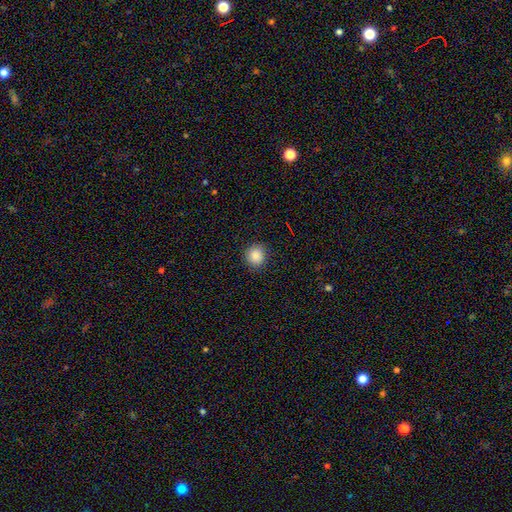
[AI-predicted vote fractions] Morphology: type=smooth (87%); roundness=round (89%); merging=none (89%).